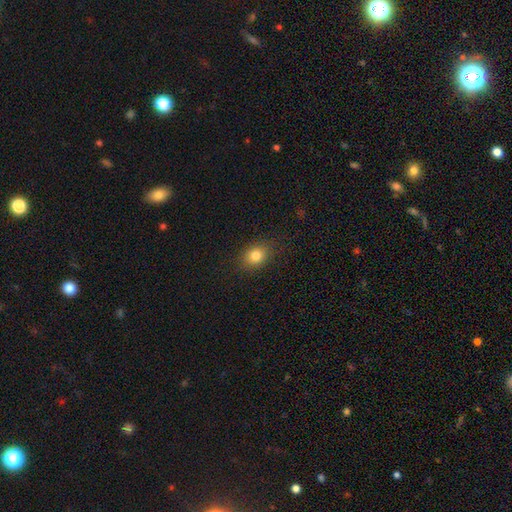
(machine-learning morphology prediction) smooth_or_featured: smooth (p=0.81) [alt: star or artifact p=0.11]
how_rounded: in between (p=0.53) [alt: round p=0.46]
merging: none (p=0.85) [alt: minor disturbance p=0.11]